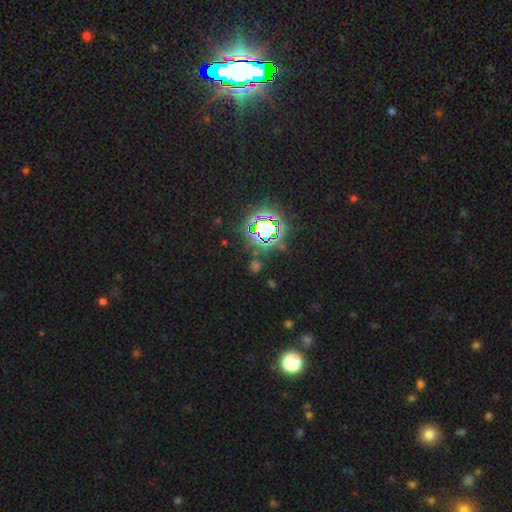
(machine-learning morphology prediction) A star or artifact, not a galaxy (83%).